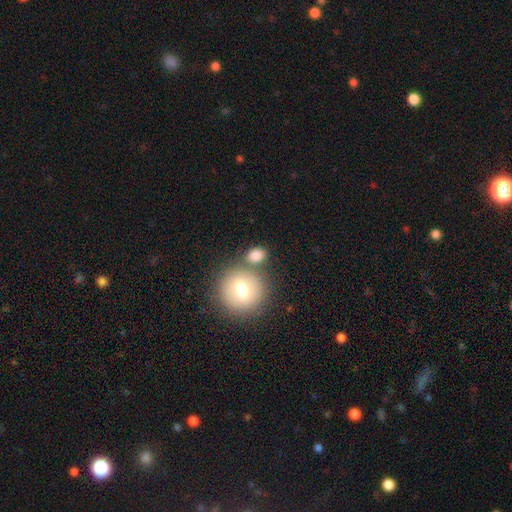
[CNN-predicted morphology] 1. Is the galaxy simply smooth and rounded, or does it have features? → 81% smooth, 10% star or artifact, 9% featured or disk.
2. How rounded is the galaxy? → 60% round, 38% in between, 1% cigar-shaped.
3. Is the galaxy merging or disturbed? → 64% none, 20% merger, 12% minor disturbance, 4% major disturbance.